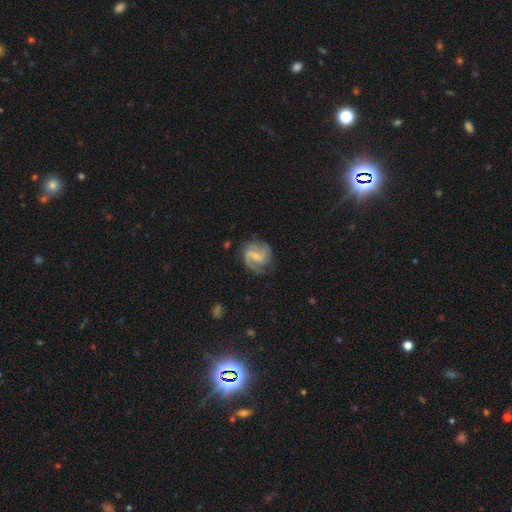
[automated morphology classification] Smooth or featured? featured or disk (80%)
Edge-on disk? no (98%)
Bar? weak (53%)
Spiral arms? yes (94%)
Spiral winding? medium (50%)
Spiral arm count? 2 (72%)
Bulge size? small (53%)
Merging? none (70%)